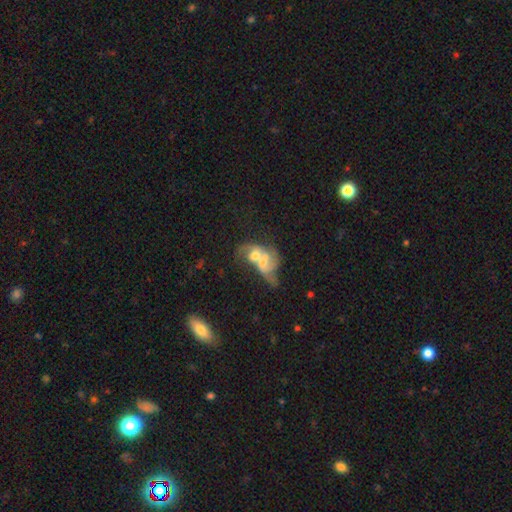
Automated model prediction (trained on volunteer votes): A featured or disk galaxy (62%) with no bar (63%), spiral arms (72%) and a moderate central bulge (50%).

Vote fractions:
- Smooth or featured? featured or disk: 62% / smooth: 25% / star or artifact: 13%
- Edge-on disk? no: 95% / yes: 5%
- Bar? no: 63% / weak: 29% / strong: 8%
- Spiral arms? yes: 72% / no: 28%
- Bulge size? moderate: 50% / small: 28% / large: 10% / none: 9% / dominant: 2%
- Merging? merger: 61% / none: 17% / major disturbance: 13% / minor disturbance: 9%